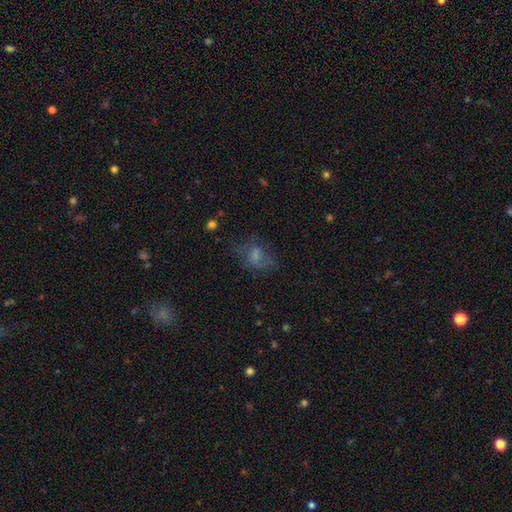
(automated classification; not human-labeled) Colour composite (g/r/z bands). It shows a smooth galaxy with no disk features (52%) that is in between round and cigar-shaped (73%). Merging: none (46%).